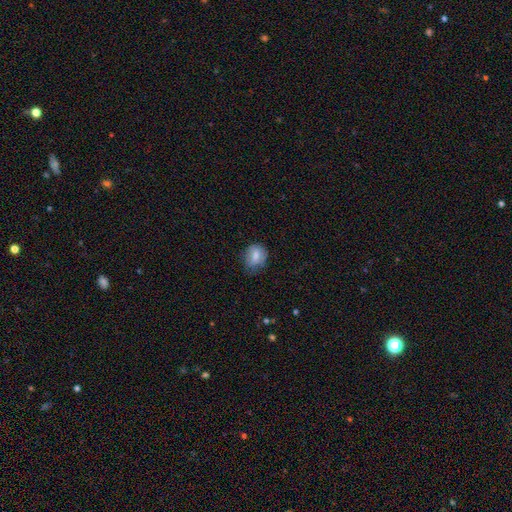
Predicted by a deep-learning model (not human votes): A smooth galaxy with no disk features (74%) that is round (55%). Merging: none (63%).